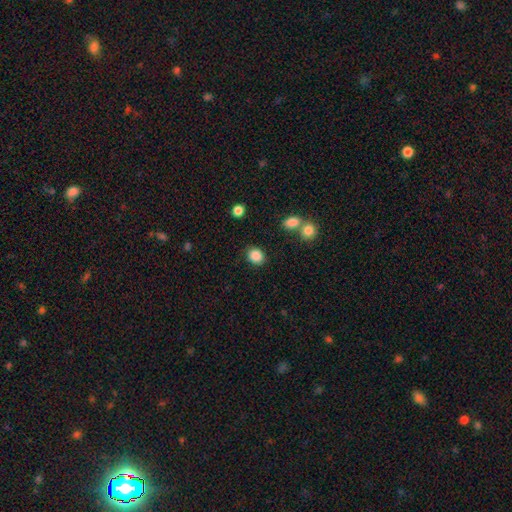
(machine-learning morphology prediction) Smooth or featured? Predicted: smooth (p=0.87). How rounded? Predicted: round (p=0.67). Merging? Predicted: none (p=0.83).